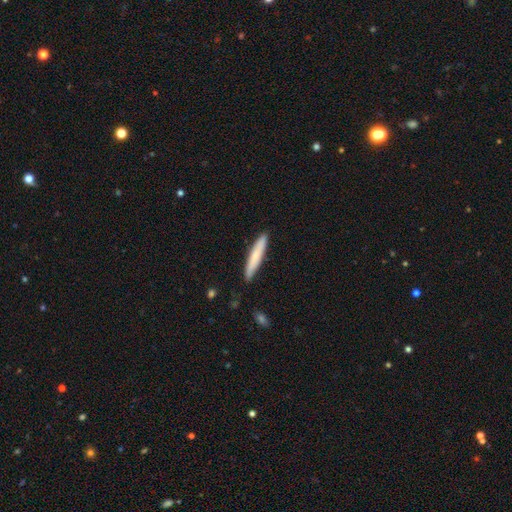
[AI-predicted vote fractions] smooth-or-featured: smooth: 74% | featured or disk: 21% | star or artifact: 5%
  how-rounded: cigar-shaped: 92% | in between: 7% | round: 1%
  merging: none: 87% | minor disturbance: 10% | major disturbance: 2% | merger: 1%